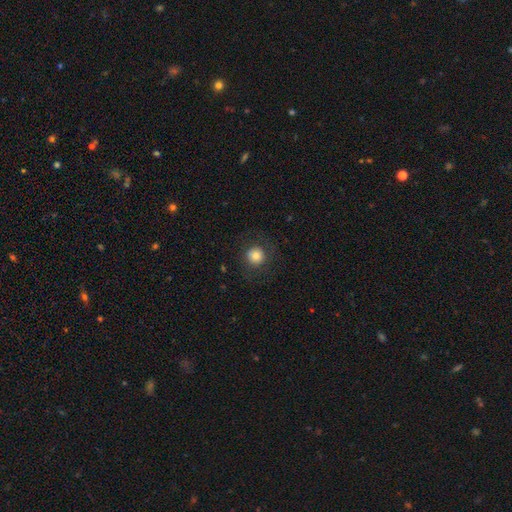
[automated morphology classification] This is clearly a smooth galaxy (81%). How rounded: clearly round (94%). Merging: clearly none (84%).